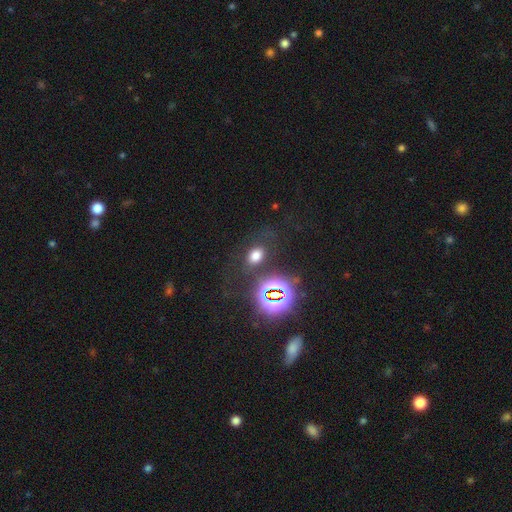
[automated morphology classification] smooth 65%, star or artifact 26%, featured or disk 9%. Down the decision tree: how rounded — in between (73%); merging — none (74%).